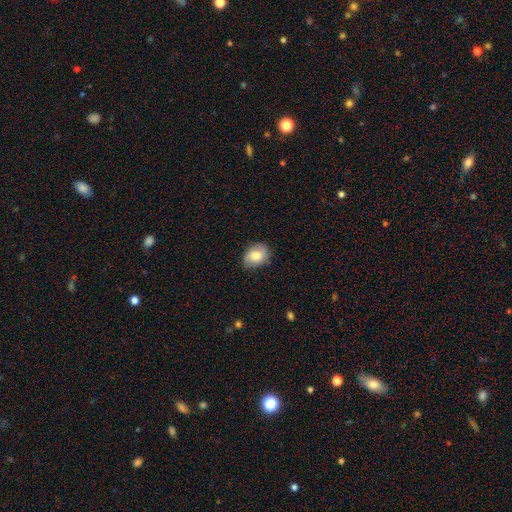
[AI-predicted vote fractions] Overall: smooth (74%). How rounded: in between (70%). Merging: none (78%).